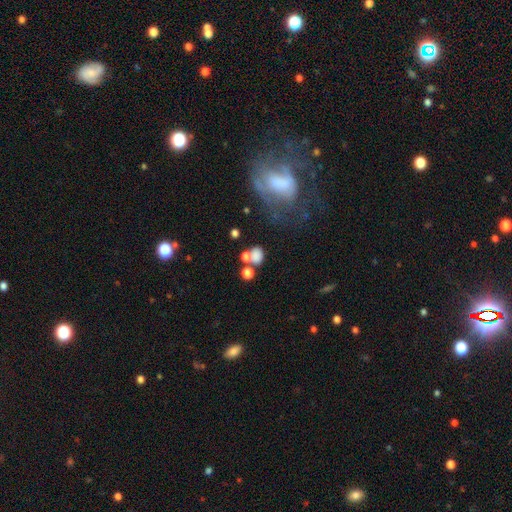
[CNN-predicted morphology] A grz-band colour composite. It shows a smooth galaxy with no disk features (72%) that is round (54%). Merging: none (40%).